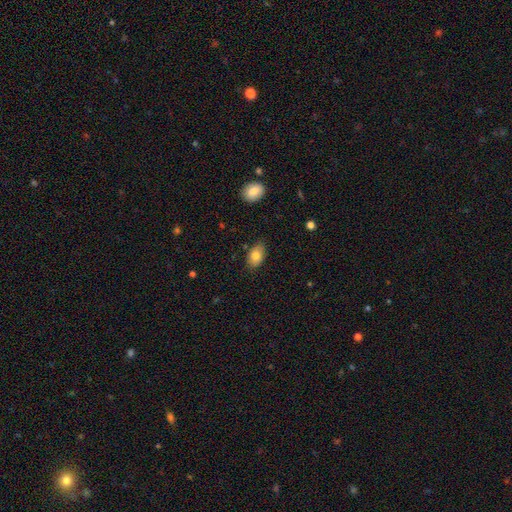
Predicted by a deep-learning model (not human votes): Smooth or featured?
  - smooth: 80% *
  - featured or disk: 12%
  - star or artifact: 8%
How rounded?
  - in between: 89% *
  - round: 10%
  - cigar-shaped: 2%
Merging?
  - none: 77% *
  - minor disturbance: 19%
  - major disturbance: 3%
  - merger: 2%